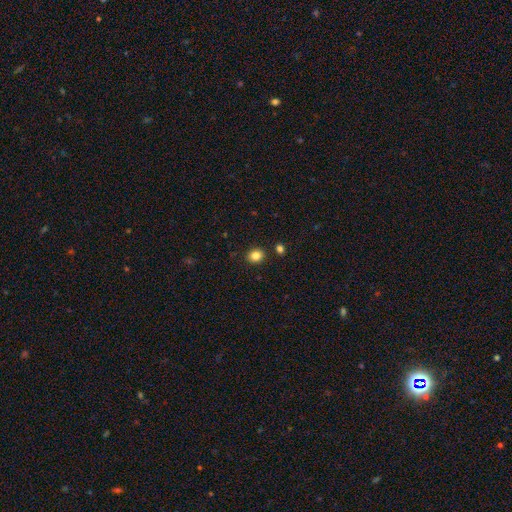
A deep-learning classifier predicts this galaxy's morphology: A smooth galaxy with no disk features (84%) that is round (65%). Merging: none (88%).